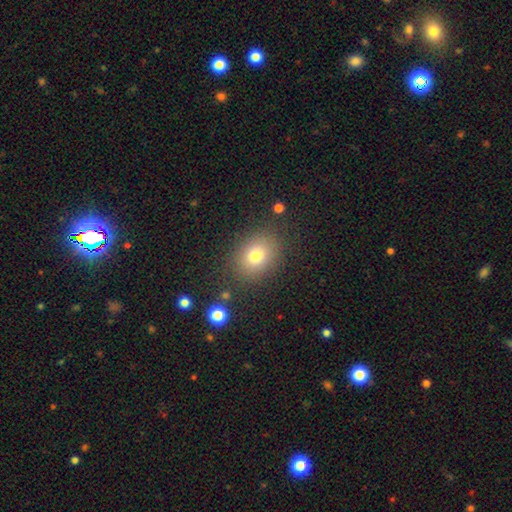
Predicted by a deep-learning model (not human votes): A smooth galaxy with no disk features (76%) that is in between round and cigar-shaped (54%).

Vote fractions:
- Smooth or featured? smooth: 76% / star or artifact: 13% / featured or disk: 11%
- How rounded? in between: 54% / round: 45% / cigar-shaped: 1%
- Merging? none: 84% / minor disturbance: 10% / major disturbance: 4% / merger: 2%